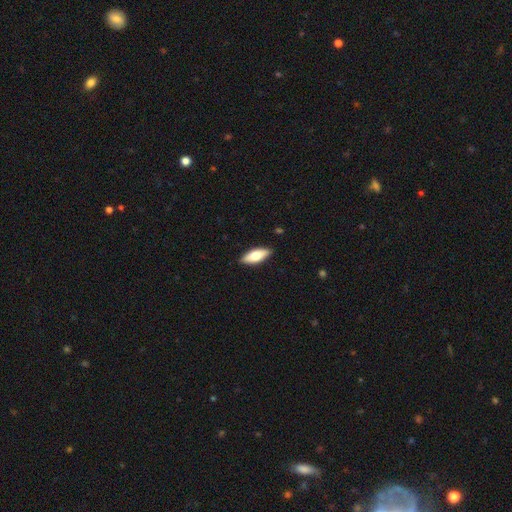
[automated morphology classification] A smooth galaxy with no disk features (65%) that is in between round and cigar-shaped (73%). Merging: none (88%).